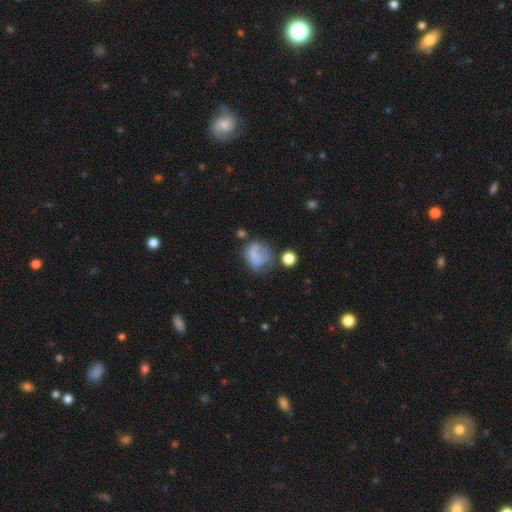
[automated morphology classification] This is likely a smooth galaxy (65%). How rounded: possibly round (52%). Merging: marginally none (35%).